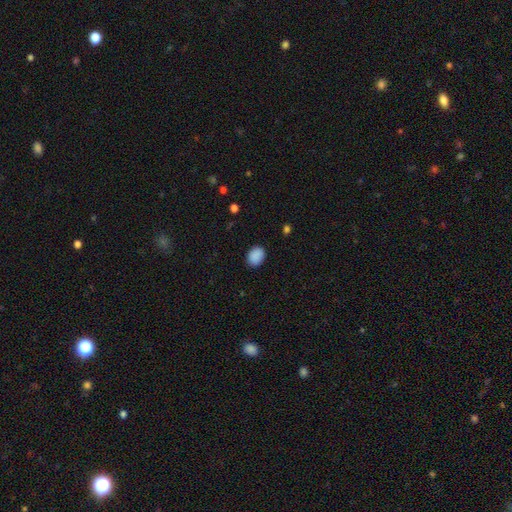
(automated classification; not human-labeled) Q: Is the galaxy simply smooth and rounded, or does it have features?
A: smooth — 89%.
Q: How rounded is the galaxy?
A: in between — 59%.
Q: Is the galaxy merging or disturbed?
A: none — 87%.